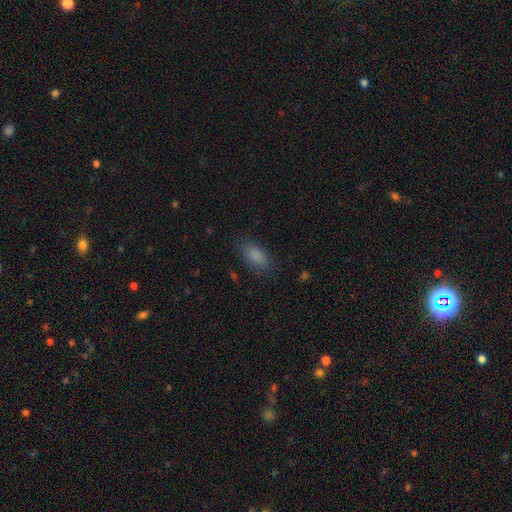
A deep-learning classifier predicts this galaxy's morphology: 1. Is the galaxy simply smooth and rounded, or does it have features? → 85% smooth, 9% star or artifact, 6% featured or disk.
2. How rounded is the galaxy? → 88% in between, 8% cigar-shaped, 4% round.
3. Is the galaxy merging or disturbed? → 80% none, 14% minor disturbance, 5% major disturbance, 1% merger.